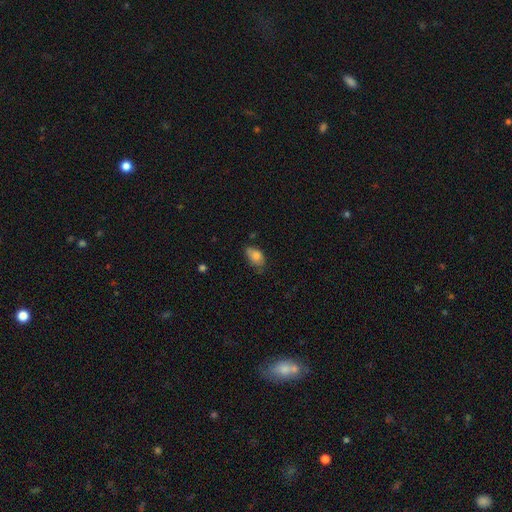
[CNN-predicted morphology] type=smooth (79%); roundness=in between (89%); merging=none (55%).